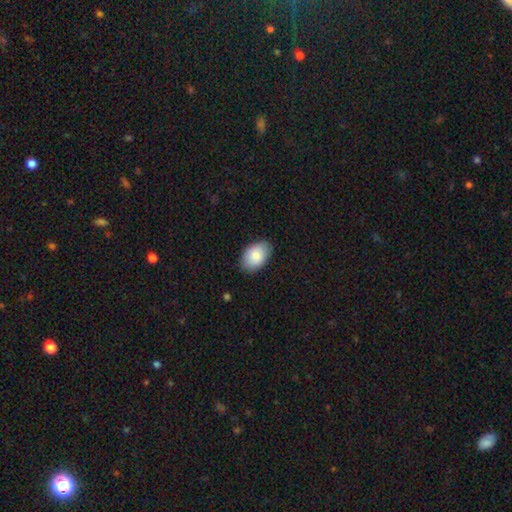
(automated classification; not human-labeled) Smooth or featured? Predicted: smooth (p=0.85). How rounded? Predicted: in between (p=0.89). Merging? Predicted: none (p=0.84).